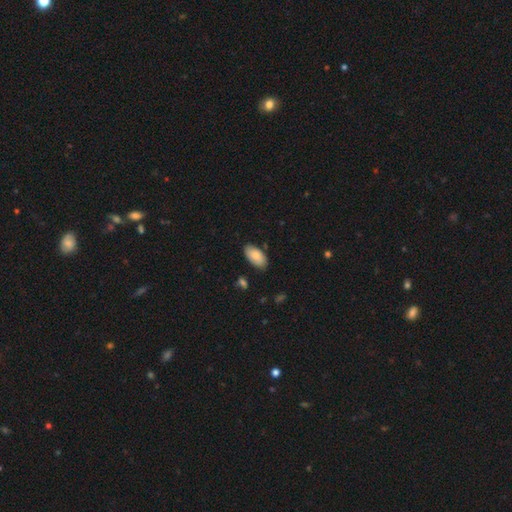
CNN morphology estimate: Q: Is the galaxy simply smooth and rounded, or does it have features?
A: smooth — 80%.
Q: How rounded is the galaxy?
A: in between — 95%.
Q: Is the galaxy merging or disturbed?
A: none — 82%.